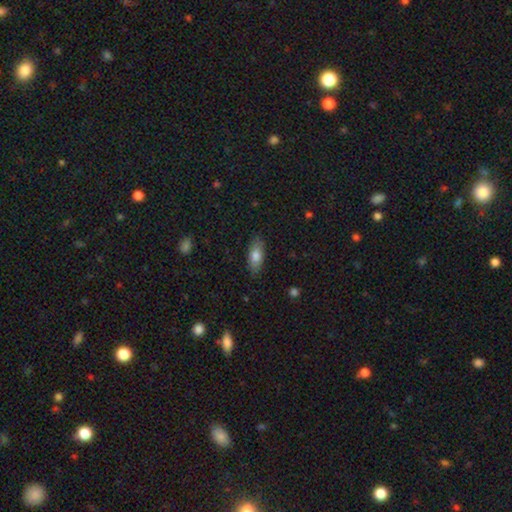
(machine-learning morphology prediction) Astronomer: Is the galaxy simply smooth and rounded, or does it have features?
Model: smooth — 78%.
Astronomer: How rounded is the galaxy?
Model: in between — 80%.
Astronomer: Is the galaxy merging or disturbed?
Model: none — 85%.